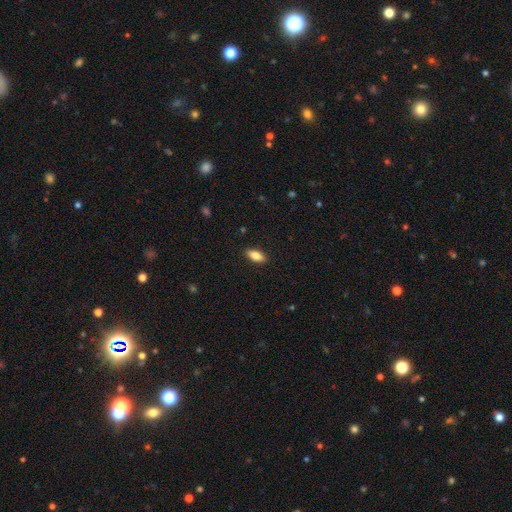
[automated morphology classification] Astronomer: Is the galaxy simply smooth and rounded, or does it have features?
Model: smooth — 82%.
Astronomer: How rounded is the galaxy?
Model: in between — 86%.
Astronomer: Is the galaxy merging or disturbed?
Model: none — 89%.